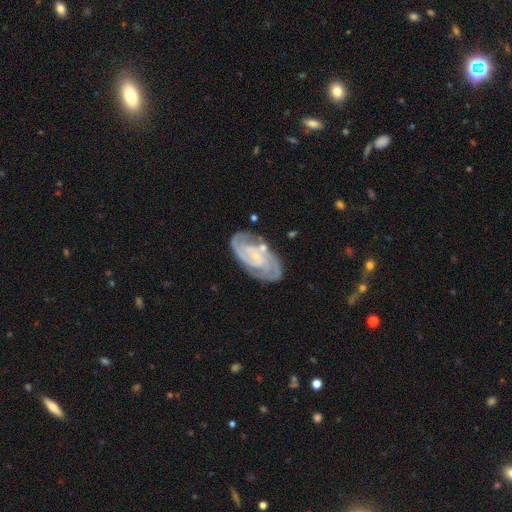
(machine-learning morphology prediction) smooth-or-featured: featured or disk: 87% | smooth: 8% | star or artifact: 5%
  disk-edge-on: no: 96% | yes: 4%
    bar: no: 55% | weak: 33% | strong: 12%
    has-spiral-arms: yes: 97% | no: 3%
      spiral-winding: tight: 62% | medium: 31% | loose: 6%
      spiral-arm-count: 2: 50% | 3: 19% | can't tell: 16% | 4: 7% | more than 4: 4% | 1: 4%
    bulge-size: small: 77% | moderate: 14% | none: 7% | large: 1% | dominant: 1%
  merging: none: 71% | minor disturbance: 18% | major disturbance: 6% | merger: 6%